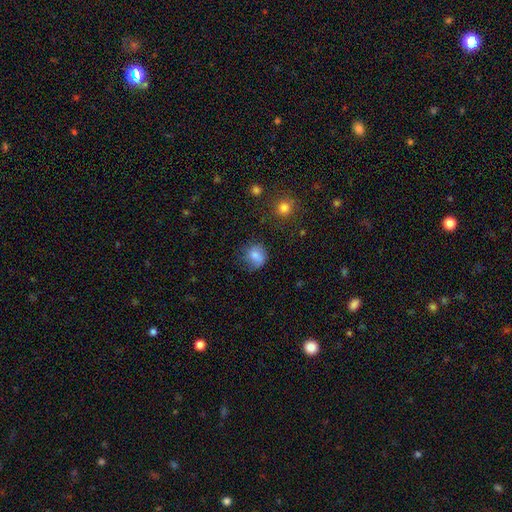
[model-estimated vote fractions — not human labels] This appears to be a smooth galaxy with no disk features (76%) that is round (75%). Merging: none (60%).